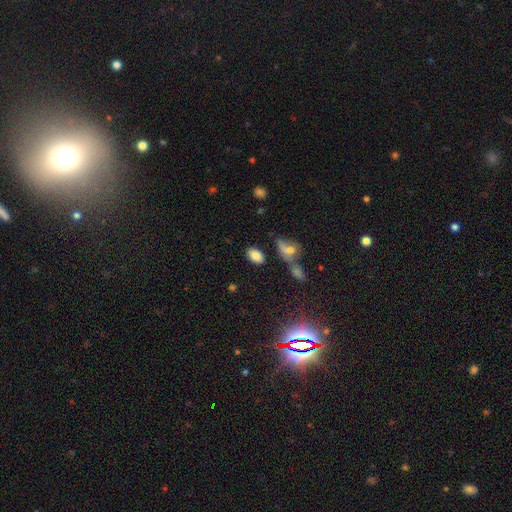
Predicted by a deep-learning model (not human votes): smooth_or_featured: smooth (p=0.83) [alt: star or artifact p=0.09]
how_rounded: in between (p=0.91) [alt: round p=0.07]
merging: none (p=0.78) [alt: minor disturbance p=0.12]